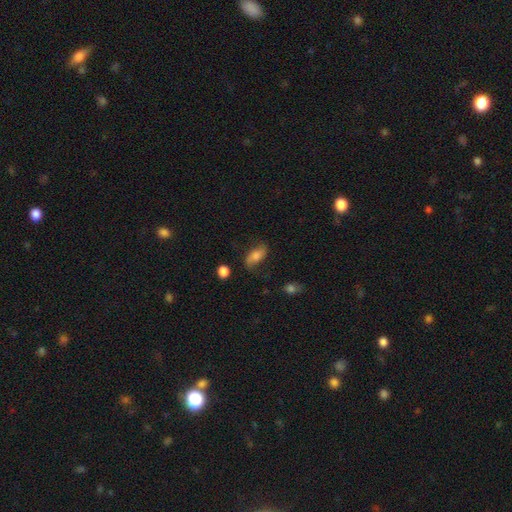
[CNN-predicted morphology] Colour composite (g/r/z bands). It shows a smooth galaxy with no disk features (64%) that is in between round and cigar-shaped (85%). Merging: none (70%).